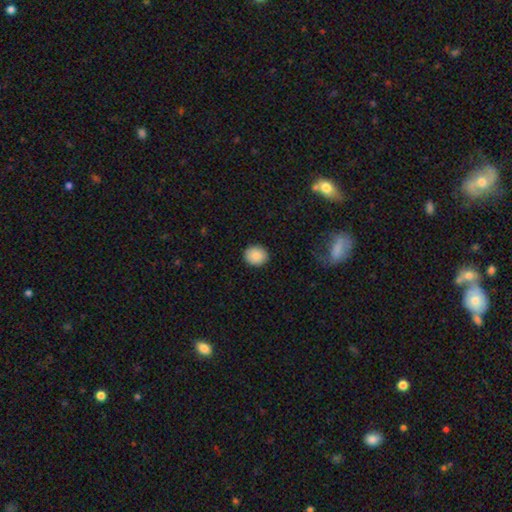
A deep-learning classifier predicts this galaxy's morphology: Smooth or featured: smooth — 88% (star or artifact — 8%)
How rounded: round — 81% (in between — 18%)
Merging: none — 91% (minor disturbance — 6%)